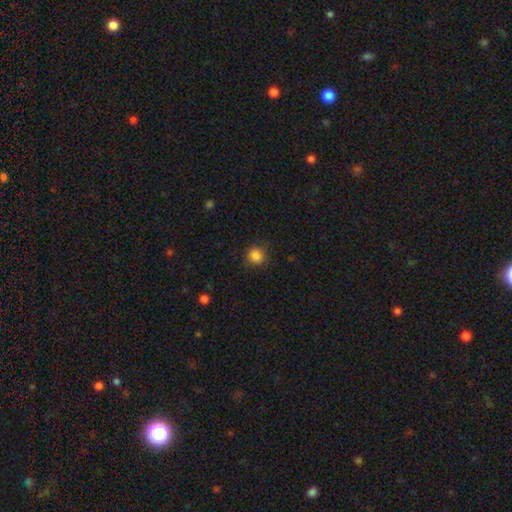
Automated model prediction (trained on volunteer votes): Q: Smooth or featured?
A: smooth (85%); runner-up: star or artifact (11%)
Q: How rounded?
A: round (87%); runner-up: in between (12%)
Q: Merging?
A: none (83%); runner-up: minor disturbance (12%)